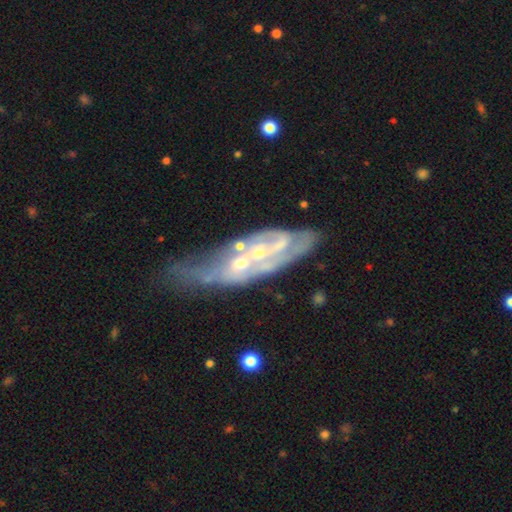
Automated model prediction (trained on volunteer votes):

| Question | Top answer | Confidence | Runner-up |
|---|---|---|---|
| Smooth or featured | featured or disk | 80% | smooth (13%) |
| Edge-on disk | no | 87% | yes (13%) |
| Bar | no | 55% | weak (31%) |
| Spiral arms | yes | 78% | no (22%) |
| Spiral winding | tight | 43% | medium (38%) |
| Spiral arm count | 2 | 44% | can't tell (34%) |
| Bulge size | small | 67% | moderate (24%) |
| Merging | none | 31% | tied: merger (31%) |